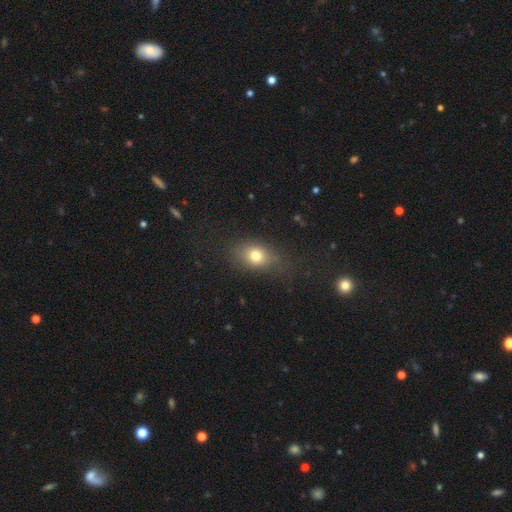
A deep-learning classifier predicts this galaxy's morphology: A smooth galaxy with no disk features (76%) that is in between round and cigar-shaped (61%).

Vote fractions:
- Smooth or featured? smooth: 76% / star or artifact: 13% / featured or disk: 12%
- How rounded? in between: 61% / round: 37% / cigar-shaped: 2%
- Merging? none: 71% / minor disturbance: 18% / major disturbance: 10% / merger: 2%